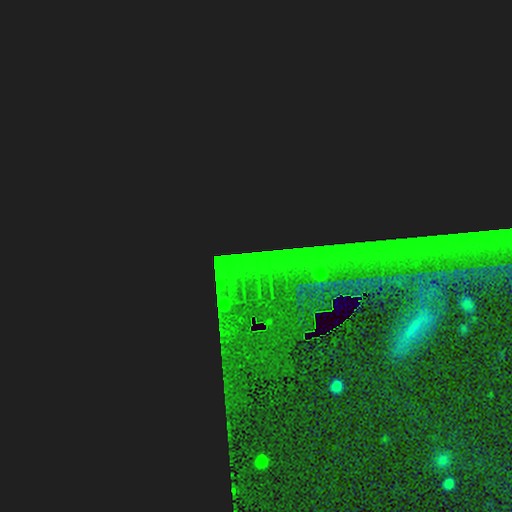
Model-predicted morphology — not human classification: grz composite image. It shows a star or artifact, not a galaxy (81%).